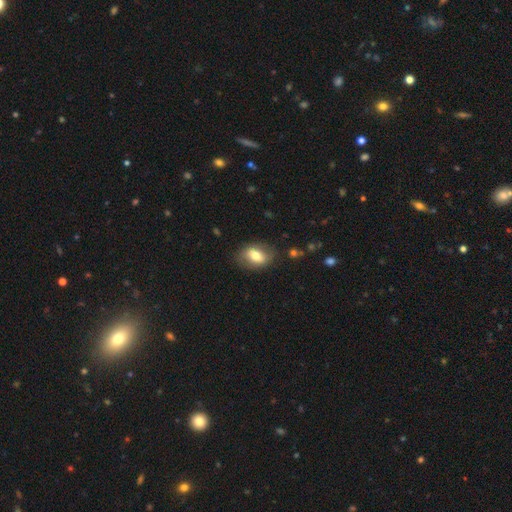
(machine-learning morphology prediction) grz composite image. It shows a smooth galaxy with no disk features (68%) that is in between round and cigar-shaped (79%). Merging: none (79%).